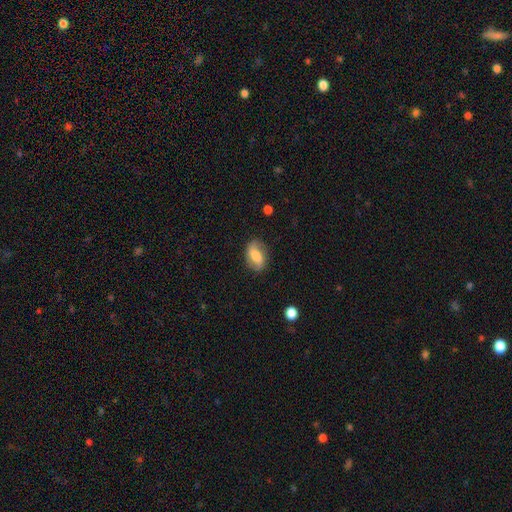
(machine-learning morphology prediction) Q: Smooth or featured?
A: smooth (55%); runner-up: featured or disk (38%)
Q: How rounded?
A: in between (84%); runner-up: round (13%)
Q: Merging?
A: none (79%); runner-up: minor disturbance (15%)